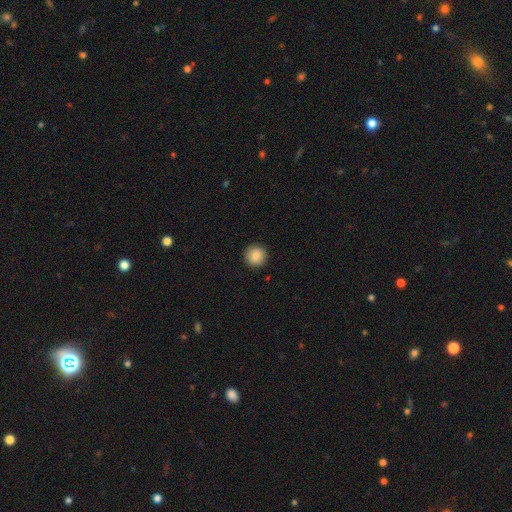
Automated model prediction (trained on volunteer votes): Morphology: type=smooth (88%); roundness=round (95%); merging=none (93%).